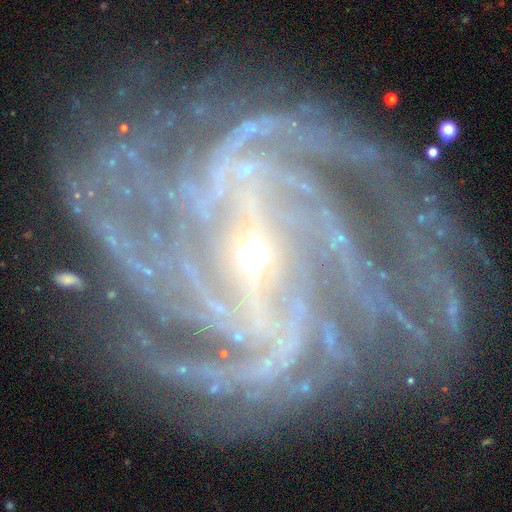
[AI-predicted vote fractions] The model was most divided on "spiral arm count": 4: 27%, more than 4: 22%, 3: 16%, 2: 13%, can't tell: 13%, 1: 9%. More confident: spiral arms — yes (98%); edge-on disk — no (97%); smooth or featured — featured or disk (93%); bulge size — small (80%); merging — none (71%); spiral winding — tight (56%); bar — strong (50%).